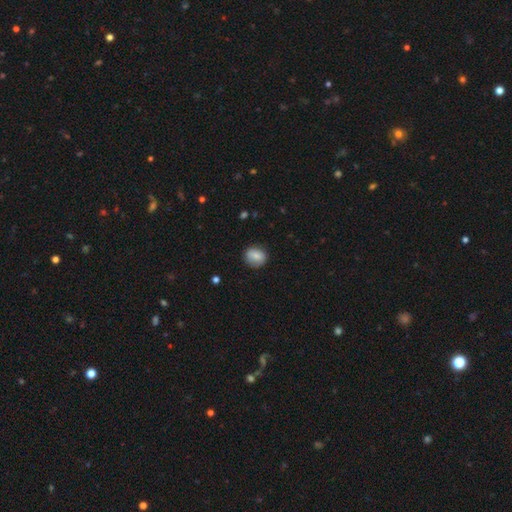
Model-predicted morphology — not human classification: A smooth galaxy with no disk features (81%) that is round (65%).

Vote fractions:
- Smooth or featured? smooth: 81% / featured or disk: 11% / star or artifact: 8%
- How rounded? round: 65% / in between: 33% / cigar-shaped: 1%
- Merging? none: 84% / minor disturbance: 12% / major disturbance: 3% / merger: 1%